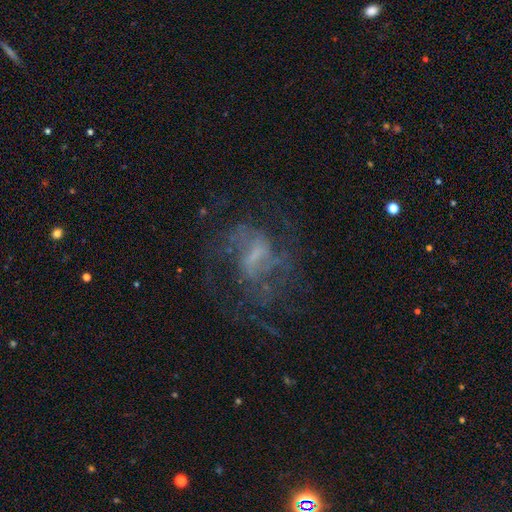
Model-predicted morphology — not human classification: A featured or disk galaxy (71%) with a weak bar (49%), medium (44%) spiral arms (73%) and a small central bulge (41%).

Vote fractions:
- Smooth or featured? featured or disk: 71% / star or artifact: 15% / smooth: 14%
- Edge-on disk? no: 97% / yes: 3%
- Bar? weak: 49% / no: 34% / strong: 17%
- Spiral arms? yes: 73% / no: 27%
- Spiral winding? medium: 44% / loose: 33% / tight: 23%
- Spiral arm count? can't tell: 41% / 2: 30% / 3: 13% / 1: 7% / 4: 6% / more than 4: 4%
- Bulge size? small: 41% / none: 34% / moderate: 20% / large: 3% / dominant: 1%
- Merging? none: 54% / major disturbance: 28% / minor disturbance: 16% / merger: 2%